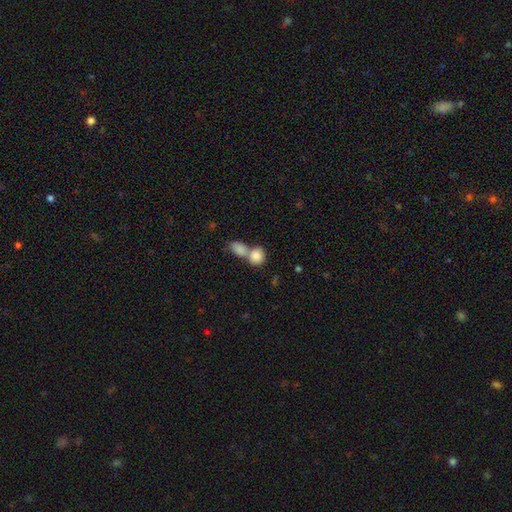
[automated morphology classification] Q: Smooth or featured?
A: smooth (85%); runner-up: featured or disk (8%)
Q: How rounded?
A: round (57%); runner-up: in between (41%)
Q: Merging?
A: merger (60%); runner-up: none (30%)